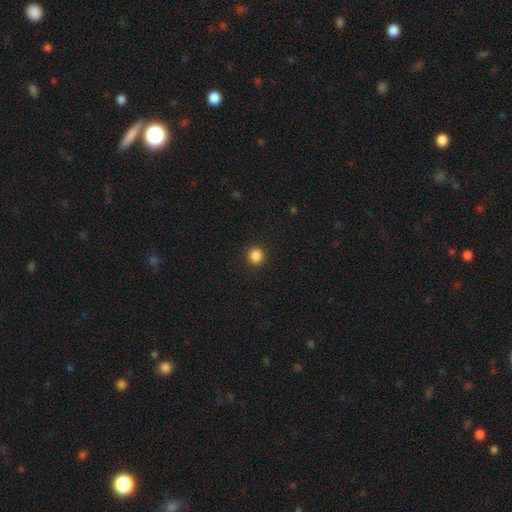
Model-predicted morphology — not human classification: Overall: smooth (86%). How rounded: round (87%). Merging: none (92%).